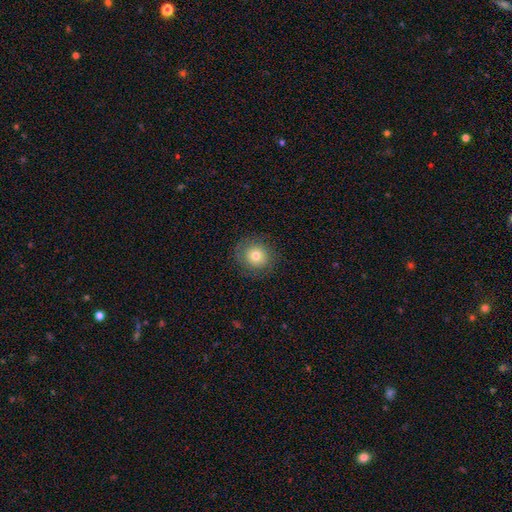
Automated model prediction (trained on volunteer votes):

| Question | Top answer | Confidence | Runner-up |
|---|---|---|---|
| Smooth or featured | smooth | 74% | featured or disk (16%) |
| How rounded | round | 88% | in between (11%) |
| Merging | none | 84% | minor disturbance (11%) |